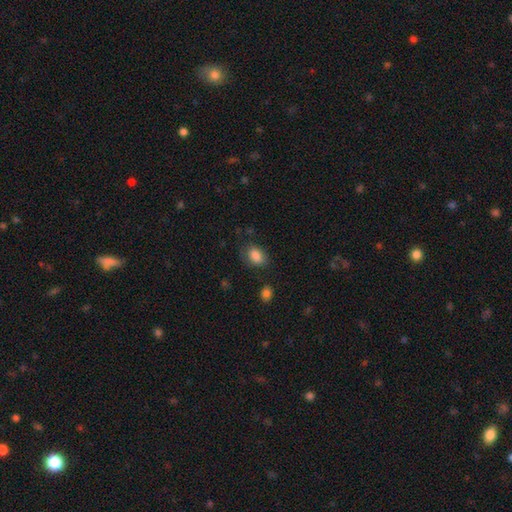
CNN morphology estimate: A smooth galaxy with no disk features (85%) that is in between round and cigar-shaped (79%).

Vote fractions:
- Smooth or featured? smooth: 85% / star or artifact: 9% / featured or disk: 7%
- How rounded? in between: 79% / round: 20% / cigar-shaped: 1%
- Merging? none: 71% / minor disturbance: 20% / major disturbance: 6% / merger: 3%